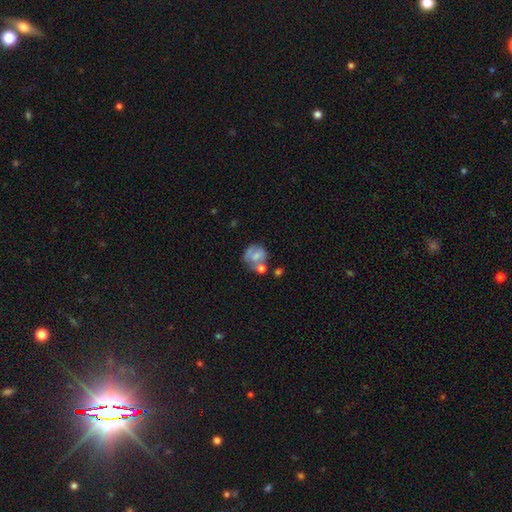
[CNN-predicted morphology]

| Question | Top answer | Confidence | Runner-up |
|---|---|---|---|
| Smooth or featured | smooth | 61% | featured or disk (30%) |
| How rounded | round | 72% | in between (27%) |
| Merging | none | 41% | merger (26%) |